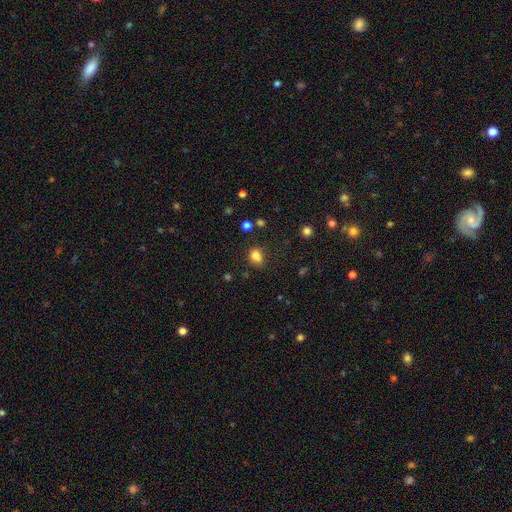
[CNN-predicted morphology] Smooth or featured?
  - smooth: 79% *
  - star or artifact: 13%
  - featured or disk: 7%
How rounded?
  - in between: 53% *
  - round: 46%
  - cigar-shaped: 1%
Merging?
  - none: 62% *
  - minor disturbance: 19%
  - merger: 13%
  - major disturbance: 6%